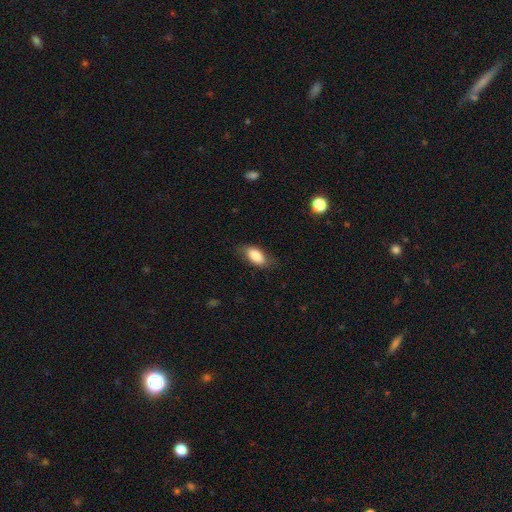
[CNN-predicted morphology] smooth_or_featured: smooth (p=0.83) [alt: featured or disk p=0.11]
how_rounded: in between (p=0.91) [alt: cigar-shaped p=0.05]
merging: none (p=0.73) [alt: minor disturbance p=0.20]